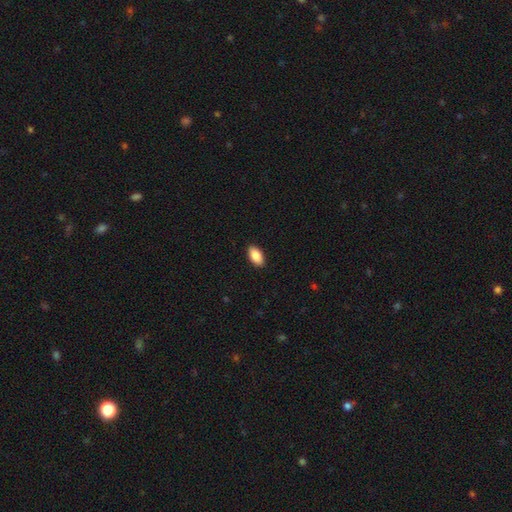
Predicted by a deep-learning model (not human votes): This appears to be a smooth galaxy with no disk features (89%) that is in between round and cigar-shaped (94%). Merging: none (90%).